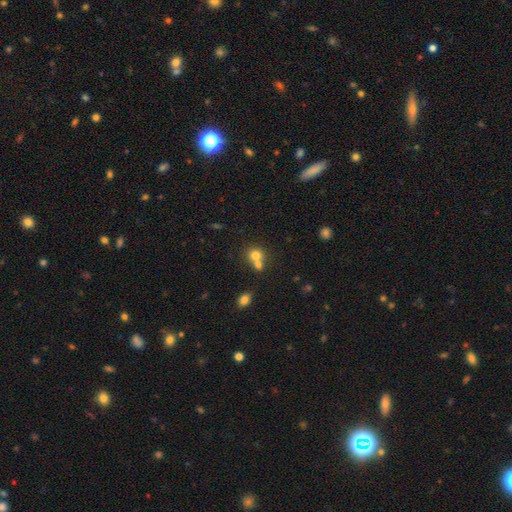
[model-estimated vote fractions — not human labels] This appears to be a smooth galaxy with no disk features (75%) that is round (79%). Merging: merger (50%).